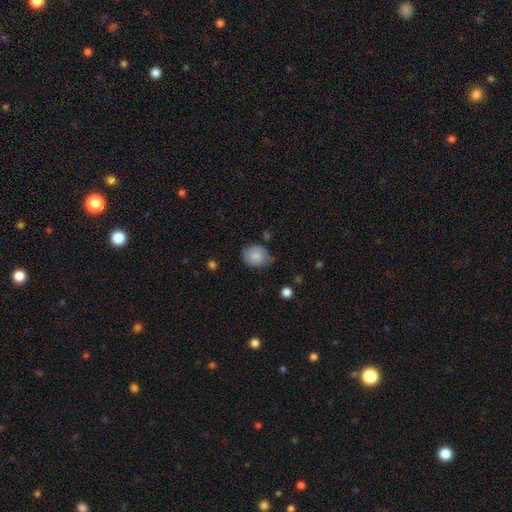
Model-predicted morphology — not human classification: This is clearly a smooth galaxy (81%). How rounded: possibly round (59%). Merging: likely none (65%).